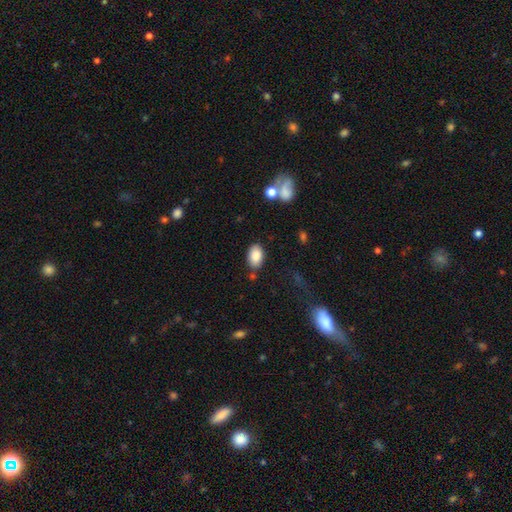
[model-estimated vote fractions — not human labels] Smooth or featured?
  - smooth: 88% *
  - star or artifact: 7%
  - featured or disk: 5%
How rounded?
  - in between: 91% *
  - round: 8%
  - cigar-shaped: 1%
Merging?
  - none: 80% *
  - minor disturbance: 13%
  - merger: 4%
  - major disturbance: 3%